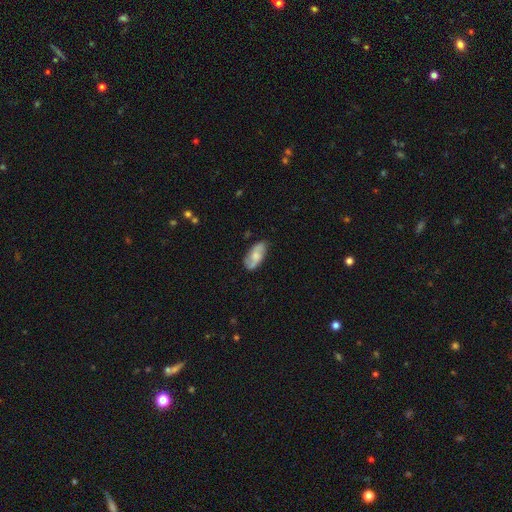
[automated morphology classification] Overall: featured or disk (51%; smooth 42%). Edge-on disk: no (90%). Merging: none (74%).